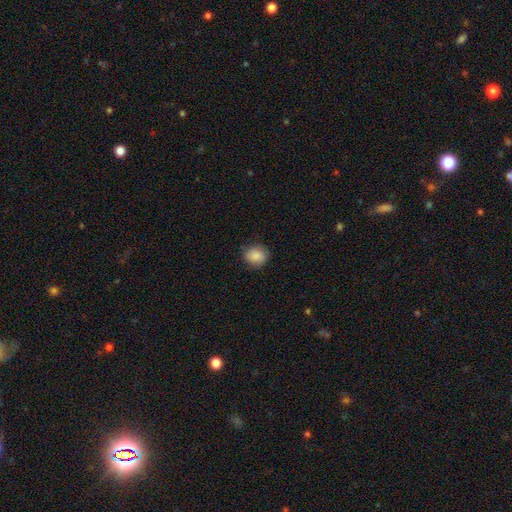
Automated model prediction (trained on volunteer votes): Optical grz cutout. It shows a smooth galaxy with no disk features (87%) that is round (70%). Merging: none (82%).